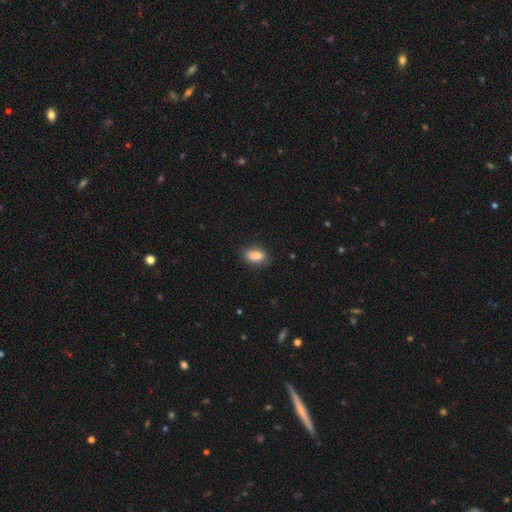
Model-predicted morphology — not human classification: A smooth galaxy with no disk features (86%) that is in between round and cigar-shaped (86%).

Vote fractions:
- Smooth or featured? smooth: 86% / star or artifact: 8% / featured or disk: 6%
- How rounded? in between: 86% / round: 8% / cigar-shaped: 7%
- Merging? none: 82% / minor disturbance: 14% / major disturbance: 3% / merger: 1%